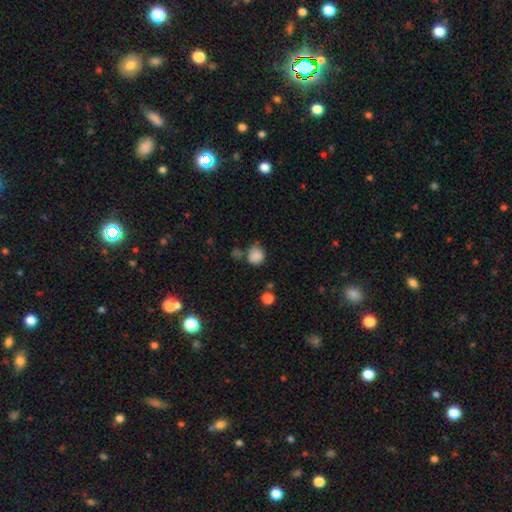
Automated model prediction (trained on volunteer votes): This is clearly a smooth galaxy (85%). How rounded: clearly round (81%). Merging: likely none (62%).